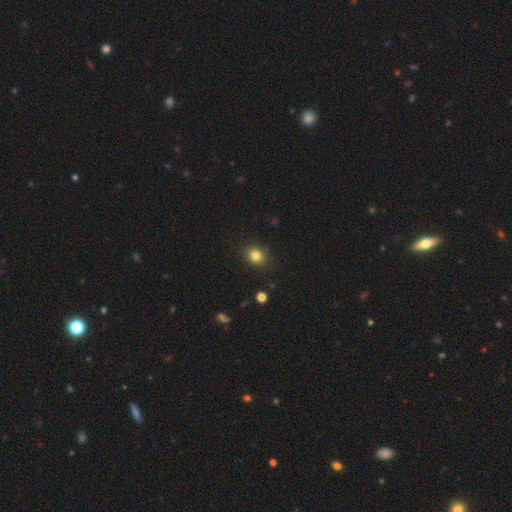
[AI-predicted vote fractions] smooth 83%, star or artifact 12%, featured or disk 5%. Down the decision tree: how rounded — round (72%); merging — none (88%).